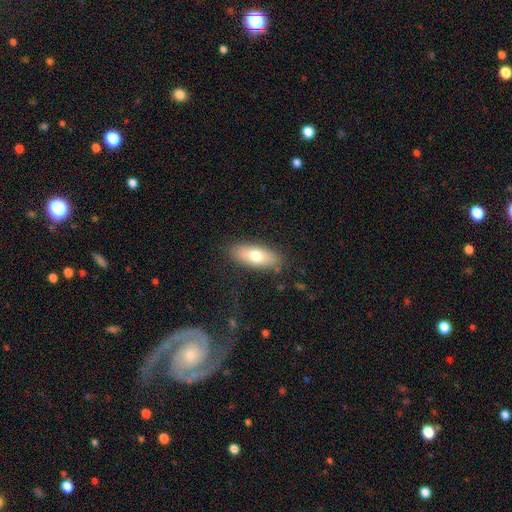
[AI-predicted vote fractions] smooth-or-featured: smooth: 70% | featured or disk: 23% | star or artifact: 7%
  how-rounded: in between: 75% | cigar-shaped: 22% | round: 3%
  merging: none: 84% | minor disturbance: 12% | major disturbance: 3% | merger: 1%